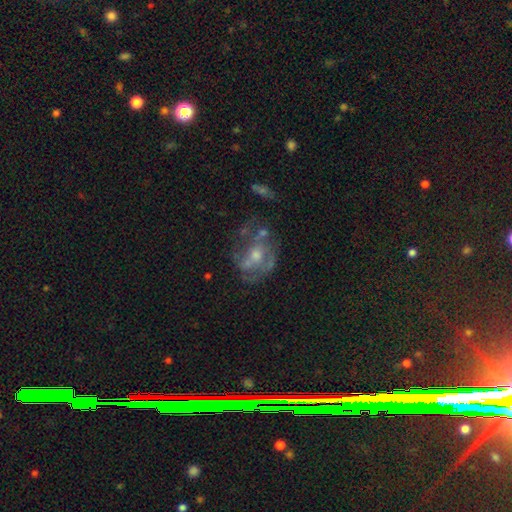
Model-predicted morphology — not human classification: smooth_or_featured: featured or disk (p=0.70) [alt: smooth p=0.18]
disk_edge_on: no (p=0.97) [alt: yes p=0.03]
bar: no (p=0.70) [alt: weak p=0.25]
has_spiral_arms: no (p=0.51) [alt: yes p=0.49]
bulge_size: moderate (p=0.50) [alt: small p=0.38]
merging: none (p=0.47) [alt: major disturbance p=0.24]